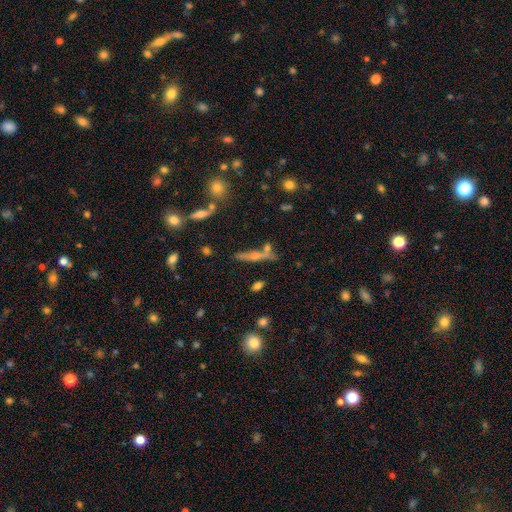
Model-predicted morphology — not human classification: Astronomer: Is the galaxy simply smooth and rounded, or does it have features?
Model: featured or disk — 55% (runner-up: smooth, 34%).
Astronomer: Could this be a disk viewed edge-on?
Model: yes — 90%.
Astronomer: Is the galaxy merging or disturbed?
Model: none — 66%.